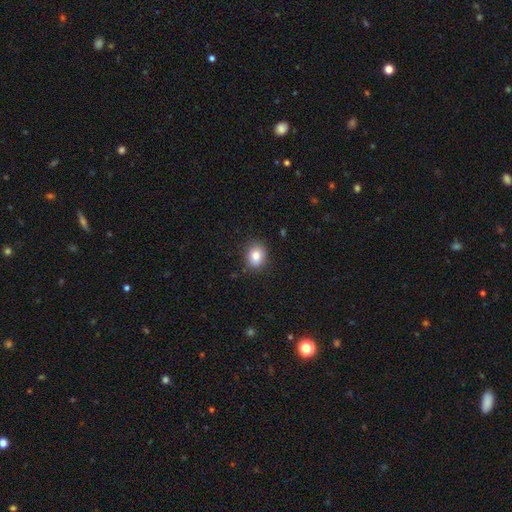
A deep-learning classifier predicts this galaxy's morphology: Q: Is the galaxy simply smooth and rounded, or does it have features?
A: smooth — 81%.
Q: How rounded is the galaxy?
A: round — 58%.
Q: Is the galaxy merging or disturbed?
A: none — 87%.